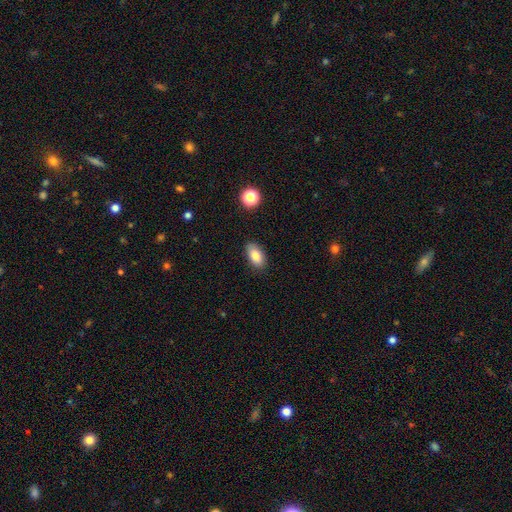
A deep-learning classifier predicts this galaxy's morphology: Smooth or featured?
  - smooth: 83% *
  - featured or disk: 9%
  - star or artifact: 8%
How rounded?
  - in between: 91% *
  - round: 5%
  - cigar-shaped: 4%
Merging?
  - none: 86% *
  - minor disturbance: 11%
  - major disturbance: 2%
  - merger: 1%